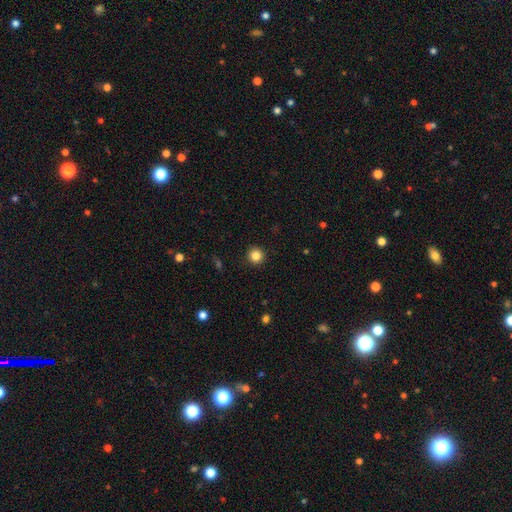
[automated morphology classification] type=smooth (84%); roundness=round (94%); merging=none (92%).